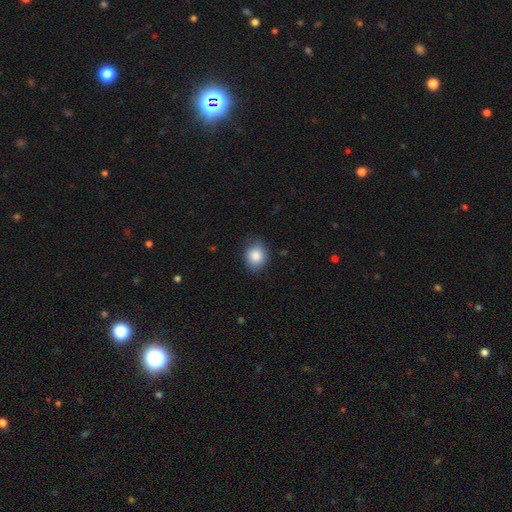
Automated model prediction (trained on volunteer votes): Smooth or featured: smooth — 85% (star or artifact — 8%)
How rounded: round — 57% (in between — 42%)
Merging: none — 77% (minor disturbance — 18%)